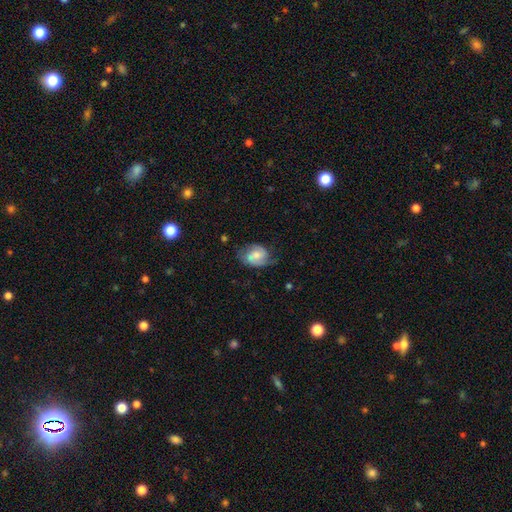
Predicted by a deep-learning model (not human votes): Overall: featured or disk (54%; smooth 38%). Edge-on disk: no (97%). Bar: weak (45%; no 42%). Spiral arms: yes (86%). Bulge size: moderate (45%; small 33%). Merging: none (56%; minor disturbance 30%).